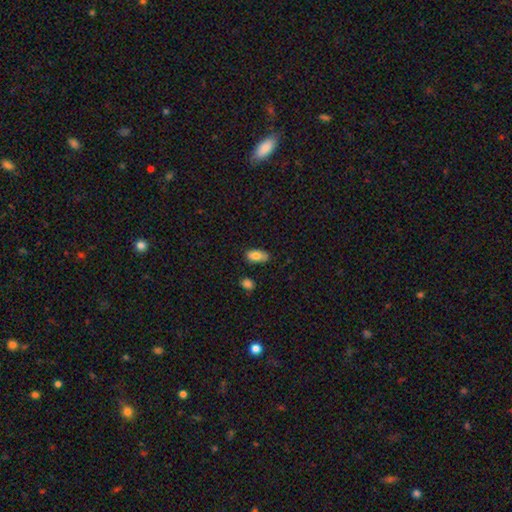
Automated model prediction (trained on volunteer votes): A smooth galaxy with no disk features (82%) that is in between round and cigar-shaped (92%). Merging: none (75%).